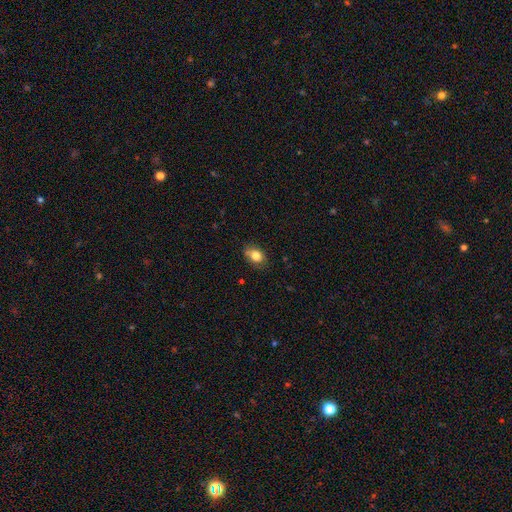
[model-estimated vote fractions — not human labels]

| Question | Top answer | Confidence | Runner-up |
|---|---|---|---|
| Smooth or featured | smooth | 81% | featured or disk (10%) |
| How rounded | in between | 71% | round (28%) |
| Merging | none | 73% | minor disturbance (21%) |